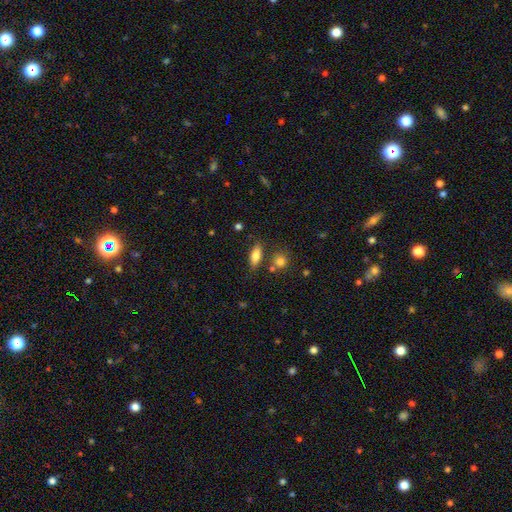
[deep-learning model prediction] A smooth galaxy with no disk features (80%) that is in between round and cigar-shaped (77%). Merging: none (74%).